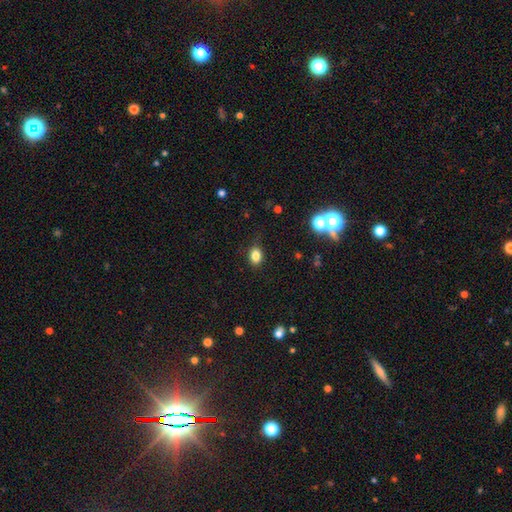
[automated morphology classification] Smooth or featured? smooth (83%)
How rounded? in between (64%)
Merging? none (81%)